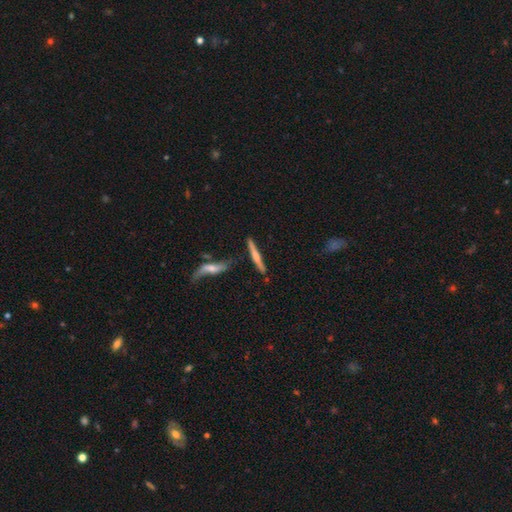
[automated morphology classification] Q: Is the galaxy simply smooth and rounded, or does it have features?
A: featured or disk — 51%.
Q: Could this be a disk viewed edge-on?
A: yes — 94%.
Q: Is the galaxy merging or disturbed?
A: none — 75%.